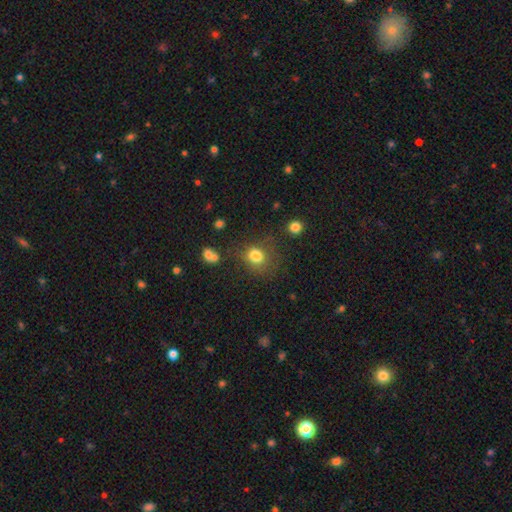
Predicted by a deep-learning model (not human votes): Smooth or featured?
  - smooth: 80% *
  - star or artifact: 13%
  - featured or disk: 7%
How rounded?
  - round: 68% *
  - in between: 31%
  - cigar-shaped: 1%
Merging?
  - none: 67% *
  - minor disturbance: 18%
  - major disturbance: 9%
  - merger: 6%